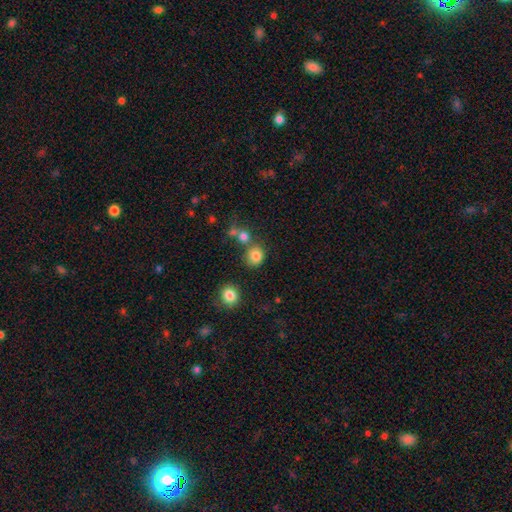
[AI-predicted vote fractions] smooth_or_featured: smooth (p=0.81) [alt: star or artifact p=0.12]
how_rounded: round (p=0.81) [alt: in between p=0.18]
merging: none (p=0.68) [alt: merger p=0.17]